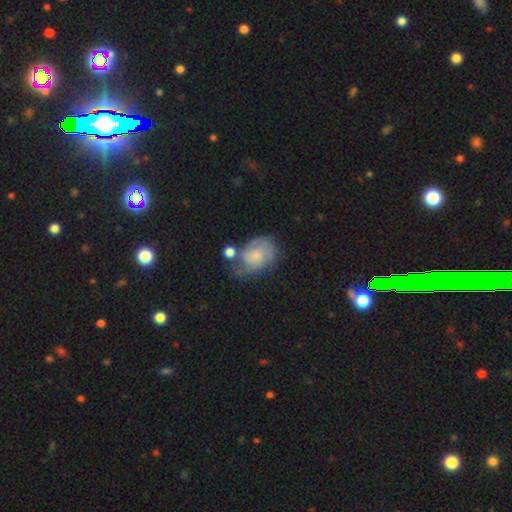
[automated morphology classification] A featured or disk galaxy (56%) with no bar (74%), spiral arms (81%) and a small central bulge (48%). Merging: none (41%).